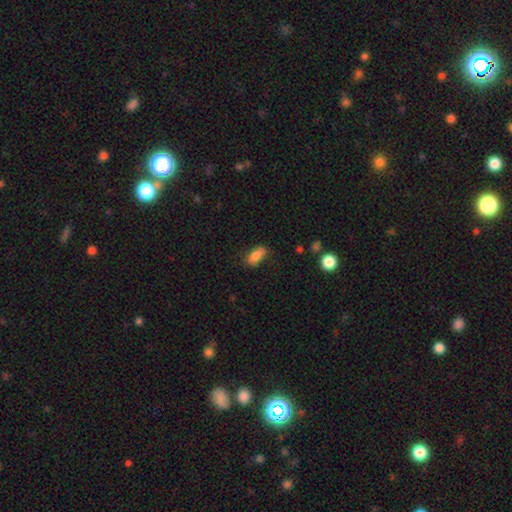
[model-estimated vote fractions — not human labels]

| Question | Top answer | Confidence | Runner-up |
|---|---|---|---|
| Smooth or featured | smooth | 85% | star or artifact (8%) |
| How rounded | in between | 86% | cigar-shaped (11%) |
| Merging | none | 68% | minor disturbance (24%) |